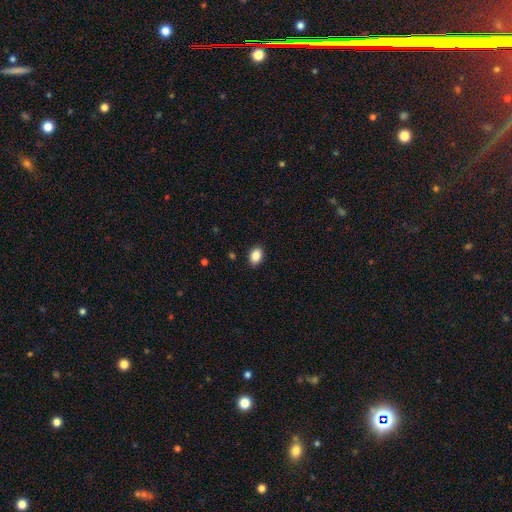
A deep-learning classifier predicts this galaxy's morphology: The model was most divided on "how rounded": in between: 82%, round: 17%, cigar-shaped: 1%. More confident: merging — none (89%); smooth or featured — smooth (88%).